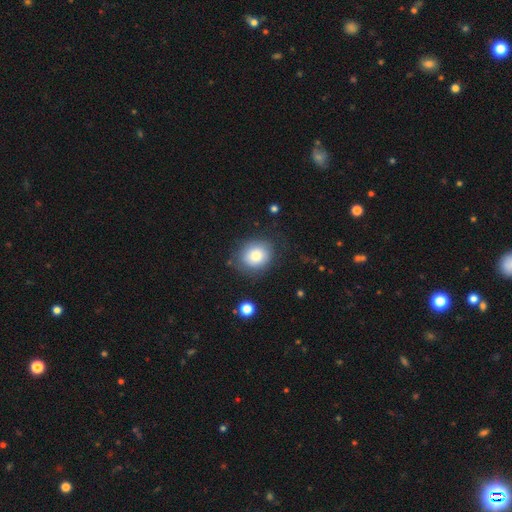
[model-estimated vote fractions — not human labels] Q: Smooth or featured?
A: smooth (81%); runner-up: featured or disk (10%)
Q: How rounded?
A: round (64%); runner-up: in between (35%)
Q: Merging?
A: none (77%); runner-up: minor disturbance (15%)